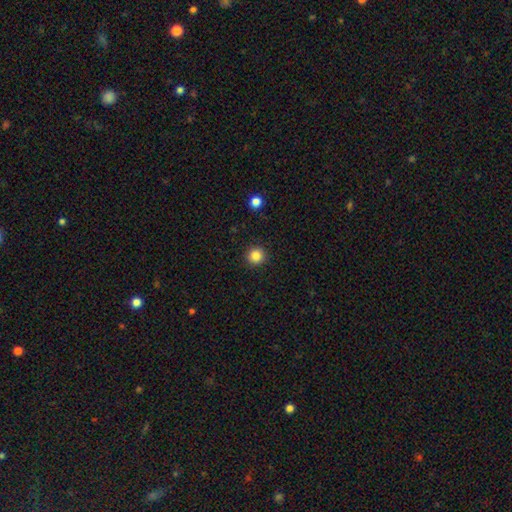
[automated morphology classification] Q: Smooth or featured?
A: smooth (84%); runner-up: star or artifact (11%)
Q: How rounded?
A: round (95%); runner-up: in between (4%)
Q: Merging?
A: none (92%); runner-up: minor disturbance (5%)